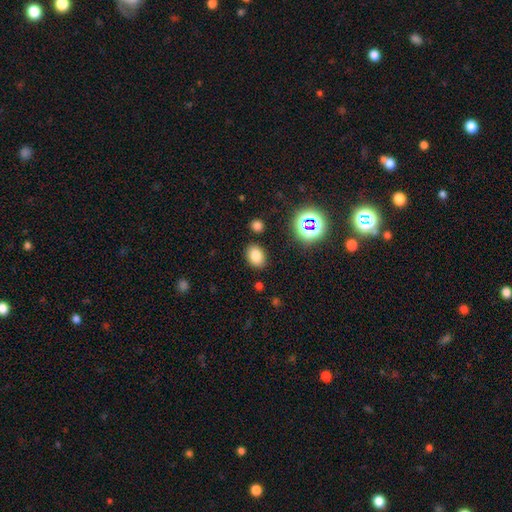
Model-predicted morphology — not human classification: This is likely a smooth galaxy (79%). How rounded: likely in between (72%). Merging: clearly none (85%).